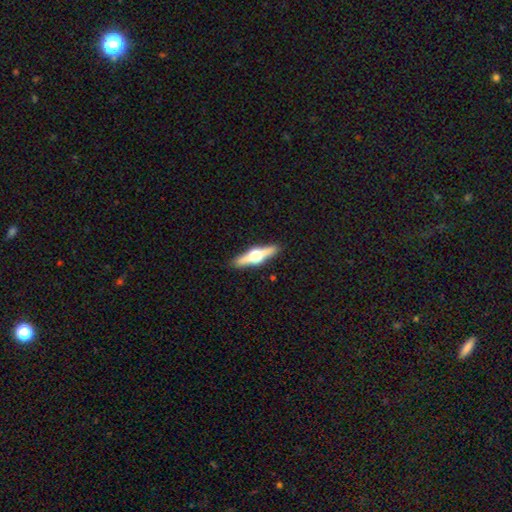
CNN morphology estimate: smooth-or-featured: featured or disk: 75% | smooth: 20% | star or artifact: 6%
  disk-edge-on: yes: 97% | no: 3%
    edge-on-bulge: rounded: 96% | boxy: 2% | none: 1%
  merging: none: 91% | minor disturbance: 6% | major disturbance: 1% | merger: 1%